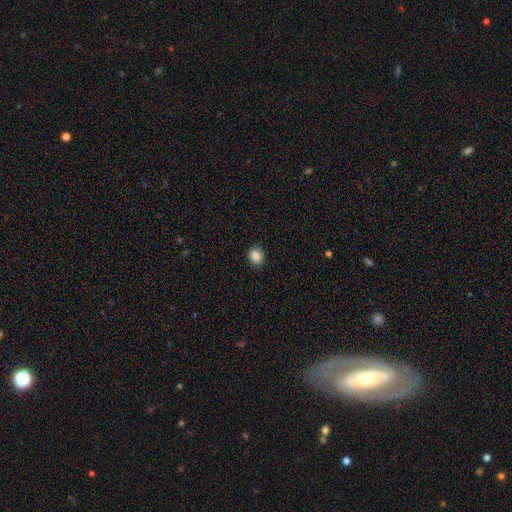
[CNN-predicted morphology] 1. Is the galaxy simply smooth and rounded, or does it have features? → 86% smooth, 9% star or artifact, 4% featured or disk.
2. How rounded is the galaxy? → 57% round, 42% in between, 1% cigar-shaped.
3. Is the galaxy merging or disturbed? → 87% none, 10% minor disturbance, 2% major disturbance, 1% merger.